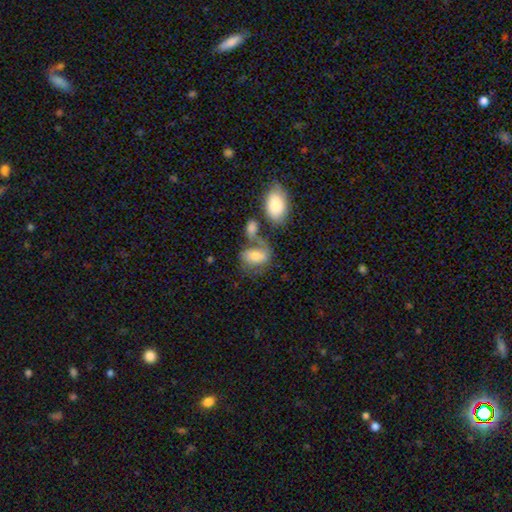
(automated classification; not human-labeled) Smooth or featured: smooth — 66% (featured or disk — 26%)
How rounded: in between — 83% (round — 15%)
Merging: merger — 37% (none — 32%)